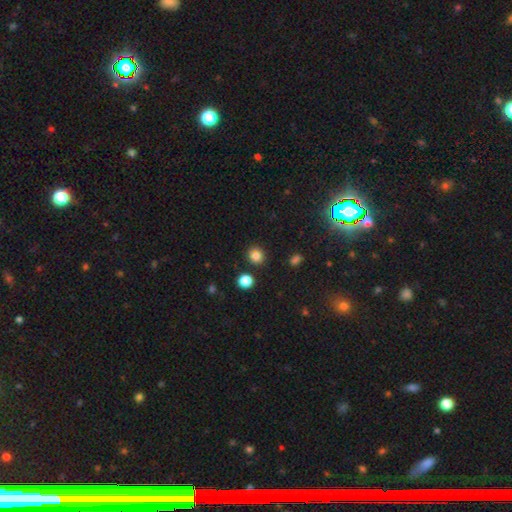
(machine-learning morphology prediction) Smooth or featured? Predicted: smooth (p=0.83). How rounded? Predicted: round (p=0.83). Merging? Predicted: none (p=0.85).